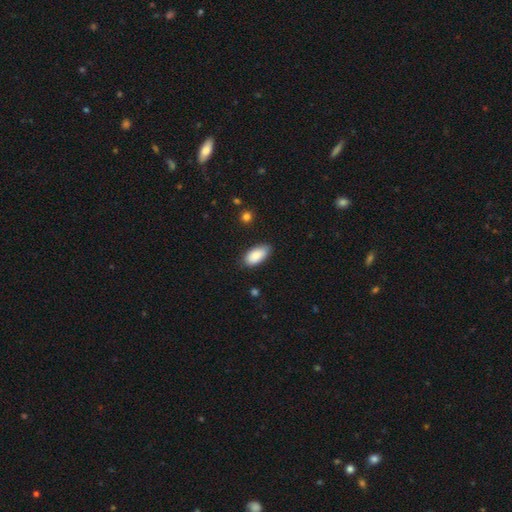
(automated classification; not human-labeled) Smooth or featured?
  - smooth: 87% *
  - featured or disk: 6%
  - star or artifact: 6%
How rounded?
  - in between: 92% *
  - cigar-shaped: 6%
  - round: 2%
Merging?
  - none: 81% *
  - minor disturbance: 15%
  - major disturbance: 3%
  - merger: 1%